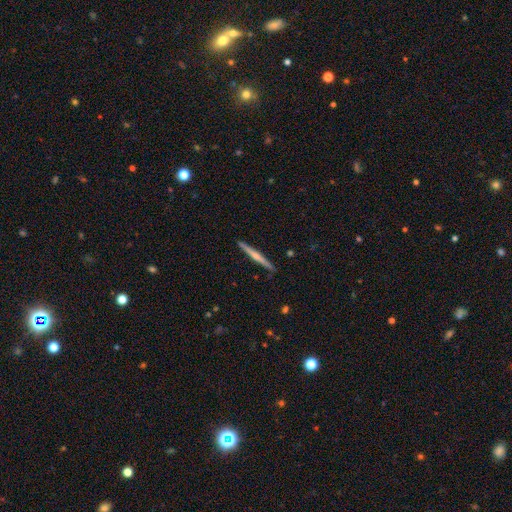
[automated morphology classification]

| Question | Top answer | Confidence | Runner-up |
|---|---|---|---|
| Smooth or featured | featured or disk | 61% | smooth (34%) |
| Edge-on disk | yes | 98% | no (2%) |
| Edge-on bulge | rounded | 60% | none (30%) |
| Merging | none | 91% | minor disturbance (7%) |